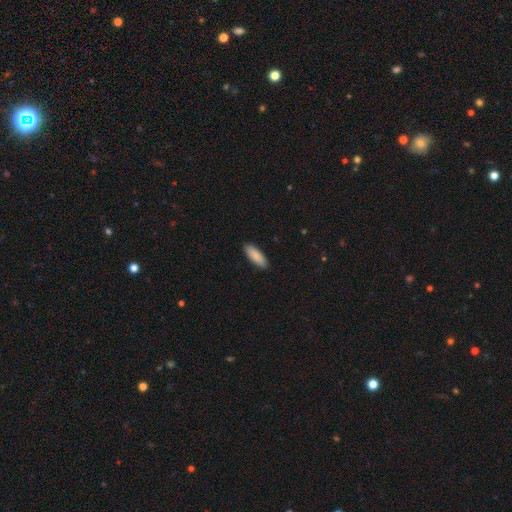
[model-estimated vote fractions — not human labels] Smooth or featured?
  - smooth: 89% *
  - featured or disk: 6%
  - star or artifact: 6%
How rounded?
  - in between: 64% *
  - cigar-shaped: 34%
  - round: 2%
Merging?
  - none: 90% *
  - minor disturbance: 7%
  - major disturbance: 2%
  - merger: 1%